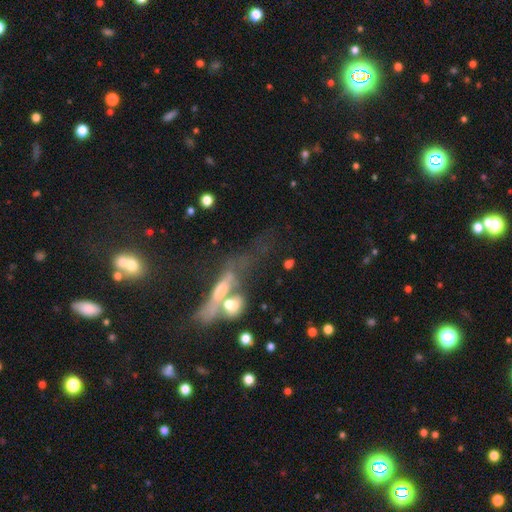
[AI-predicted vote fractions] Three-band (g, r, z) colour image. It shows a featured or disk galaxy (46%). Merging: none (41%).